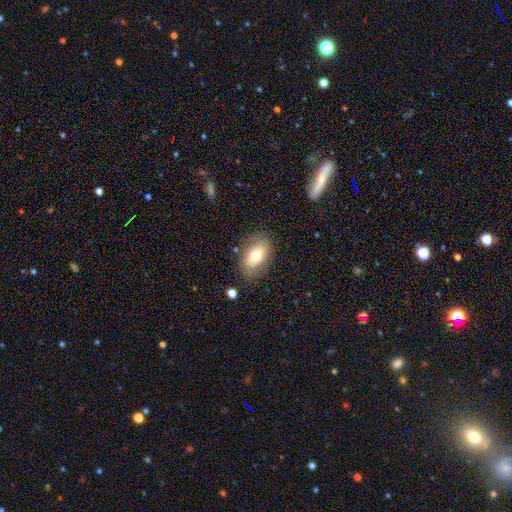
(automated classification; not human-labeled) smooth_or_featured: smooth (p=0.69) [alt: featured or disk p=0.23]
how_rounded: in between (p=0.88) [alt: round p=0.09]
merging: none (p=0.81) [alt: minor disturbance p=0.13]